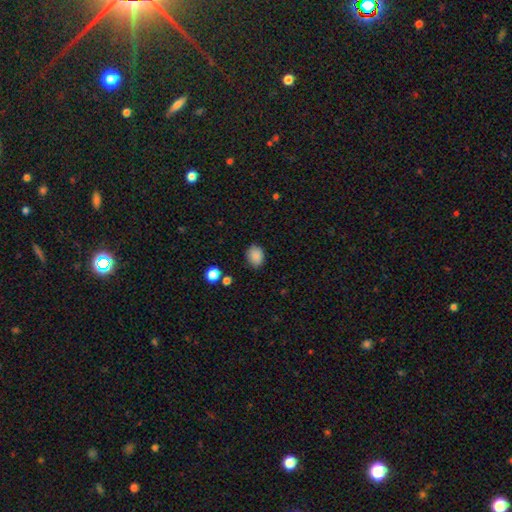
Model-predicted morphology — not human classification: This appears to be a smooth galaxy with no disk features (87%) that is in between round and cigar-shaped (57%). Merging: none (82%).